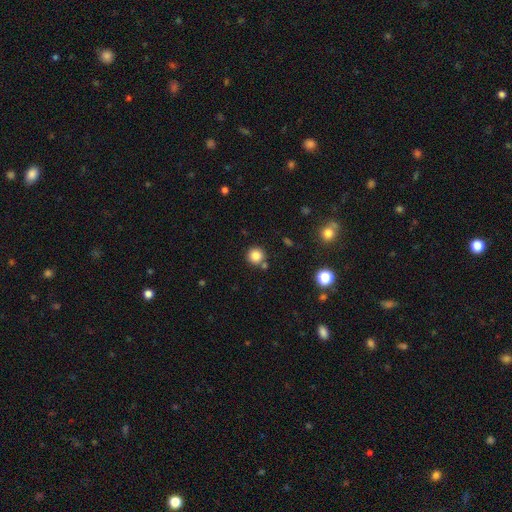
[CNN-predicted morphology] Smooth or featured?
  - smooth: 84% *
  - star or artifact: 11%
  - featured or disk: 5%
How rounded?
  - round: 94% *
  - in between: 5%
  - cigar-shaped: 1%
Merging?
  - none: 79% *
  - merger: 10%
  - minor disturbance: 8%
  - major disturbance: 3%